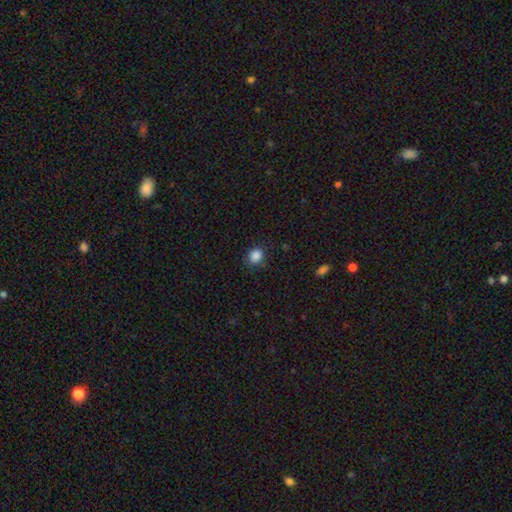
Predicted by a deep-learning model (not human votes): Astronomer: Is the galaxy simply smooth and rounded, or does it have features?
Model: smooth — 86%.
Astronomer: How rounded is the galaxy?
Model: round — 74%.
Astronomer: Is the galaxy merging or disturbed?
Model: none — 82%.